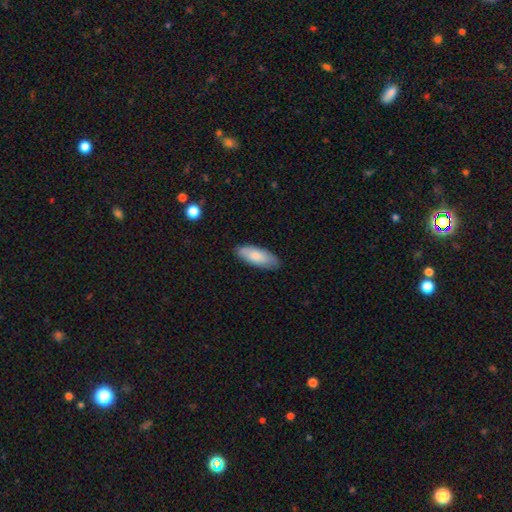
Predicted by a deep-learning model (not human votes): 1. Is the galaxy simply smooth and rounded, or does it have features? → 81% smooth, 13% featured or disk, 5% star or artifact.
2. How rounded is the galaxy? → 77% in between, 21% cigar-shaped, 2% round.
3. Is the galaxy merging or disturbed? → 83% none, 13% minor disturbance, 2% major disturbance, 1% merger.